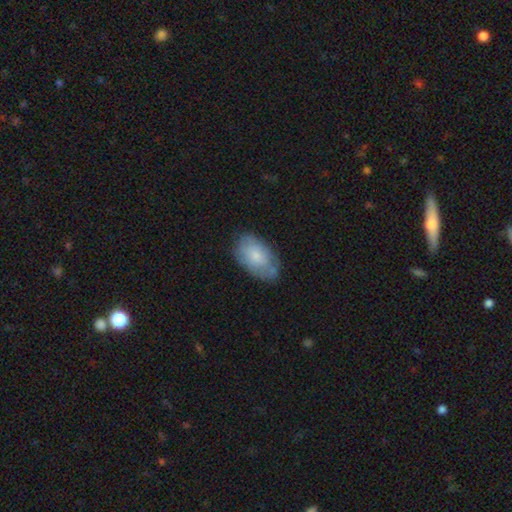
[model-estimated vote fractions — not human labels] smooth-or-featured: smooth: 71% | featured or disk: 23% | star or artifact: 6%
  how-rounded: in between: 94% | round: 4% | cigar-shaped: 1%
  merging: none: 65% | minor disturbance: 27% | major disturbance: 6% | merger: 3%